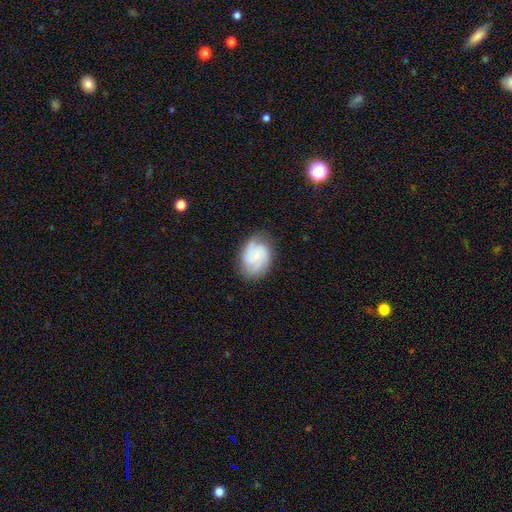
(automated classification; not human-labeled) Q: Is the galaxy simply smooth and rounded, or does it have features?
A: featured or disk — 67%.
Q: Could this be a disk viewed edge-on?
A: no — 98%.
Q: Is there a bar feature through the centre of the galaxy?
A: no — 71%.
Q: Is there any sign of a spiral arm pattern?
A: yes — 94%.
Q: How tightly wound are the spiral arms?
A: tight — 45%.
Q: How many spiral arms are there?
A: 3 — 41%.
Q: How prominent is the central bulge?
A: small — 72%.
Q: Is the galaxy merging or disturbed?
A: none — 75%.